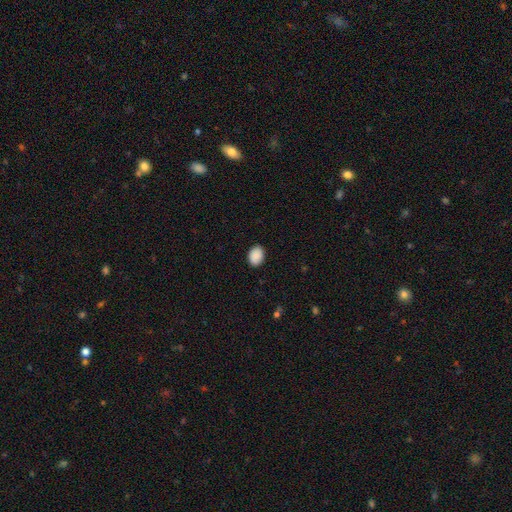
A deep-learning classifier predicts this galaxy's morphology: smooth-or-featured: smooth: 90% | star or artifact: 7% | featured or disk: 2%
  how-rounded: in between: 69% | round: 30% | cigar-shaped: 1%
  merging: none: 89% | minor disturbance: 8% | major disturbance: 2% | merger: 1%